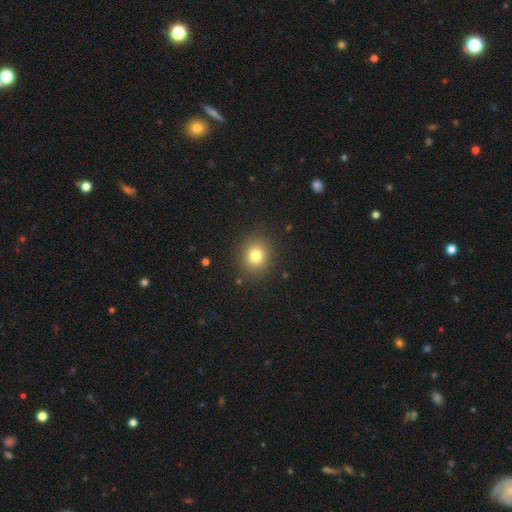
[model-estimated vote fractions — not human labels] The model was most divided on "how rounded": round: 75%, in between: 24%, cigar-shaped: 1%. More confident: merging — none (89%); smooth or featured — smooth (79%).